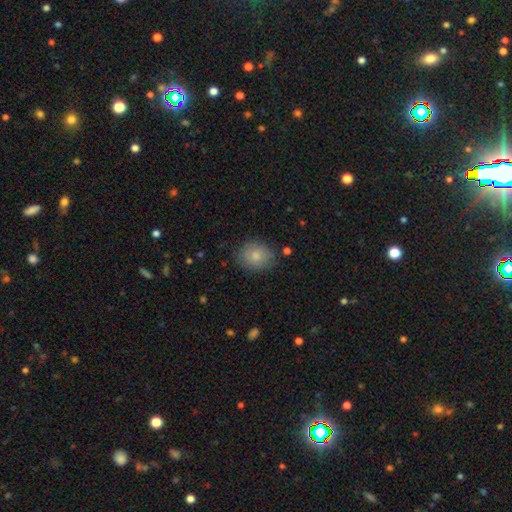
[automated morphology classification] Smooth or featured?
  - smooth: 82% *
  - featured or disk: 10%
  - star or artifact: 8%
How rounded?
  - round: 70% *
  - in between: 29%
  - cigar-shaped: 1%
Merging?
  - none: 81% *
  - minor disturbance: 14%
  - major disturbance: 3%
  - merger: 2%